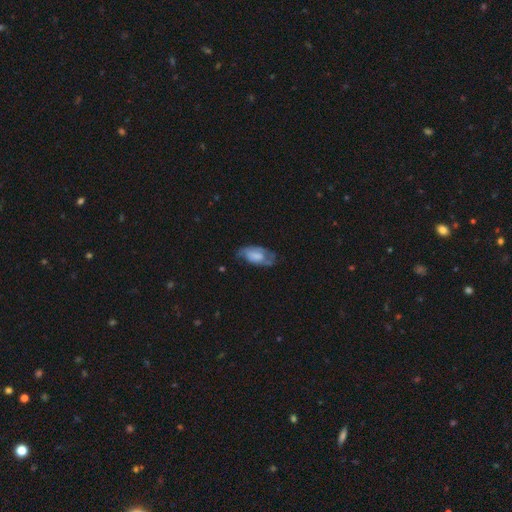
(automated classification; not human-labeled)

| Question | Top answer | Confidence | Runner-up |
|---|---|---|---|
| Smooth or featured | smooth | 50% | featured or disk (43%) |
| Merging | none | 45% | minor disturbance (33%) |